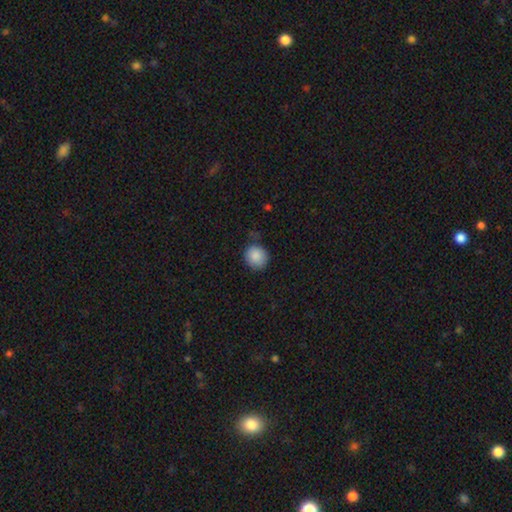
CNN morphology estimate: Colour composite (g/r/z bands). It shows a smooth galaxy with no disk features (88%) that is round (81%). Merging: none (74%).